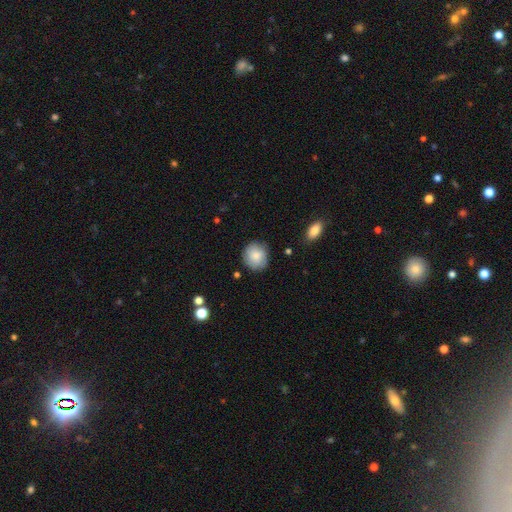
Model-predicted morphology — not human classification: Smooth or featured? Predicted: smooth (p=0.82). How rounded? Predicted: round (p=0.83). Merging? Predicted: none (p=0.82).